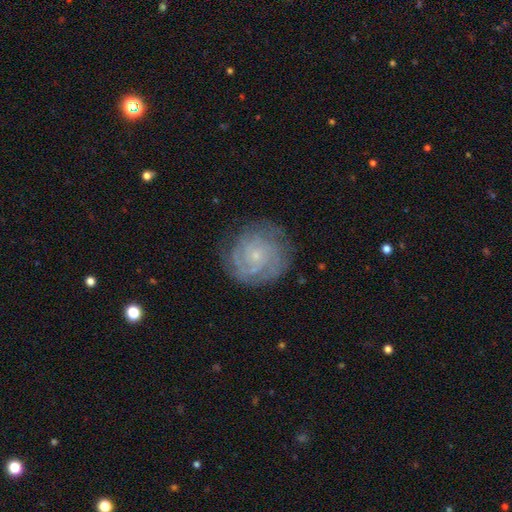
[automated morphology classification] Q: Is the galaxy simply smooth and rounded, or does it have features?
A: featured or disk — 75%.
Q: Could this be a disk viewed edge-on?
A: no — 98%.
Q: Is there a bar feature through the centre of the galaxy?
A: no — 80%.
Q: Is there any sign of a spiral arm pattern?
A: yes — 93%.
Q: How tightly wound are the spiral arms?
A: tight — 76%.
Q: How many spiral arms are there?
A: can't tell — 38%.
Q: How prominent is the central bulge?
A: small — 83%.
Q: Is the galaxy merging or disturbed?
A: none — 79%.